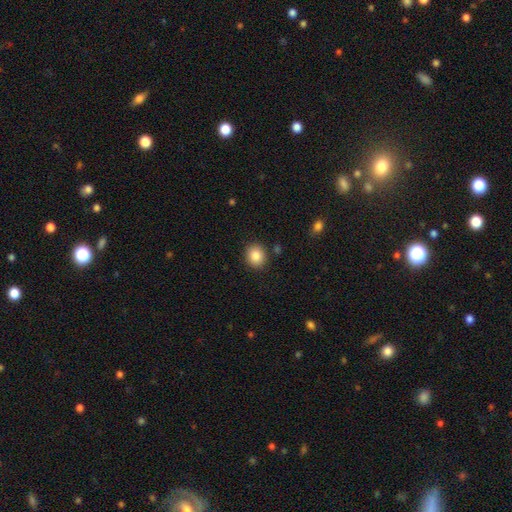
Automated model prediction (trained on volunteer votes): Morphology: type=smooth (85%); roundness=round (78%); merging=none (88%).